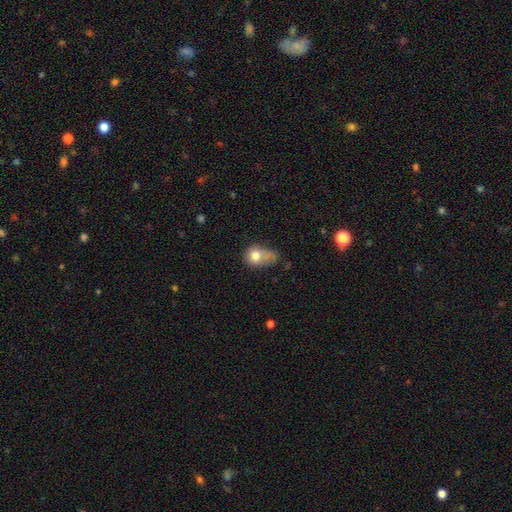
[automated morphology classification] Smooth or featured? smooth (77%)
How rounded? round (54%)
Merging? minor disturbance (27%, tied with major disturbance)